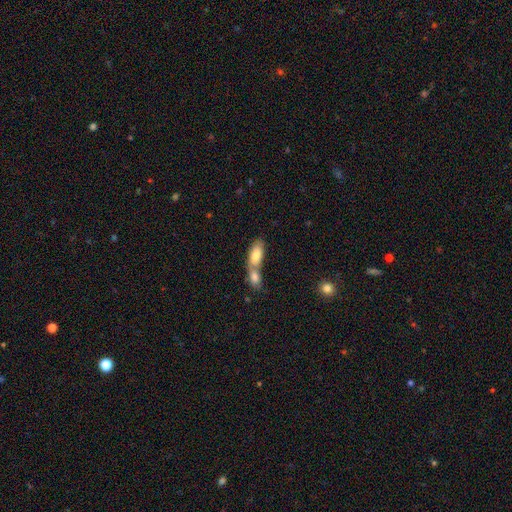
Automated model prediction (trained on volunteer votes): smooth-or-featured: smooth: 78% | featured or disk: 16% | star or artifact: 7%
  how-rounded: in between: 84% | cigar-shaped: 13% | round: 3%
  merging: merger: 65% | none: 24% | minor disturbance: 7% | major disturbance: 3%